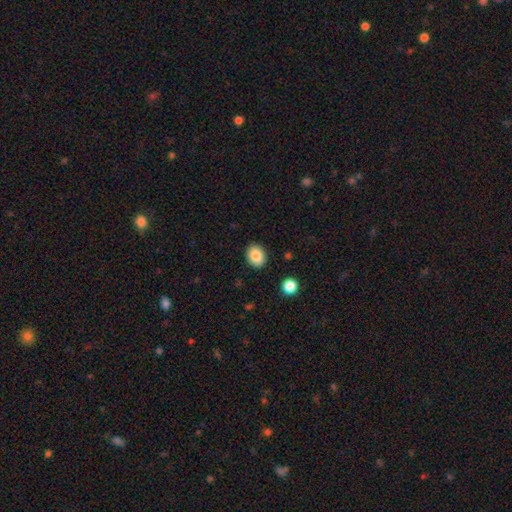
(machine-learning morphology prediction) Smooth or featured? Predicted: smooth (p=0.86). How rounded? Predicted: in between (p=0.59). Merging? Predicted: none (p=0.90).